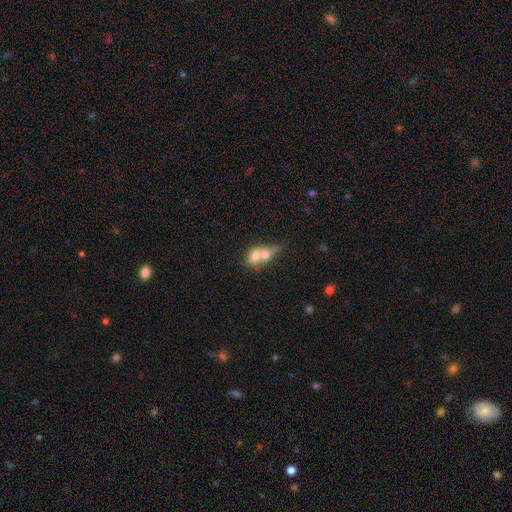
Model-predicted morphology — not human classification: Smooth or featured? Predicted: smooth (p=0.66). How rounded? Predicted: in between (p=0.56). Merging? Predicted: merger (p=0.75).